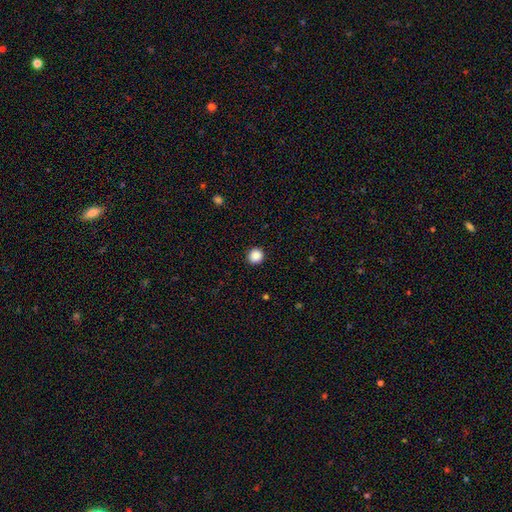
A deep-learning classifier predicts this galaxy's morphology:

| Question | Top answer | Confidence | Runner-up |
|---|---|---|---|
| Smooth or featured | smooth | 88% | star or artifact (10%) |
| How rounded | round | 95% | in between (4%) |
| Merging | none | 93% | minor disturbance (4%) |